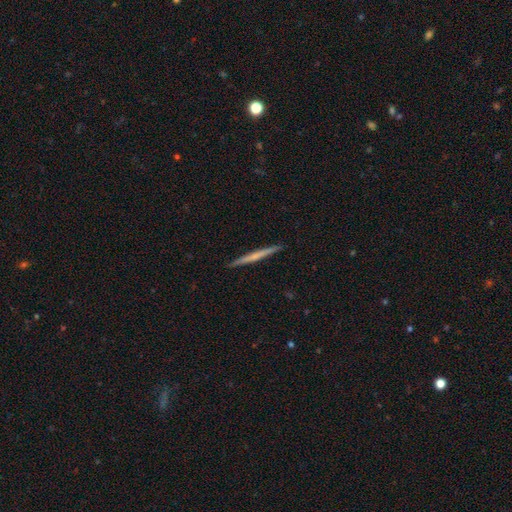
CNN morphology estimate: smooth_or_featured: featured or disk (p=0.55) [alt: smooth p=0.40]
disk_edge_on: yes (p=0.98) [alt: no p=0.02]
edge_on_bulge: none (p=0.67) [alt: rounded p=0.27]
merging: none (p=0.92) [alt: minor disturbance p=0.05]